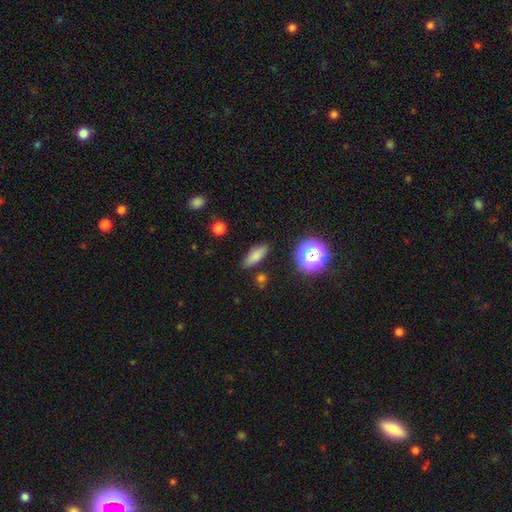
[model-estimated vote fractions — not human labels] A smooth galaxy with no disk features (77%) that is in between round and cigar-shaped (60%).

Vote fractions:
- Smooth or featured? smooth: 77% / star or artifact: 13% / featured or disk: 10%
- How rounded? in between: 60% / cigar-shaped: 33% / round: 7%
- Merging? none: 84% / minor disturbance: 11% / major disturbance: 3% / merger: 3%